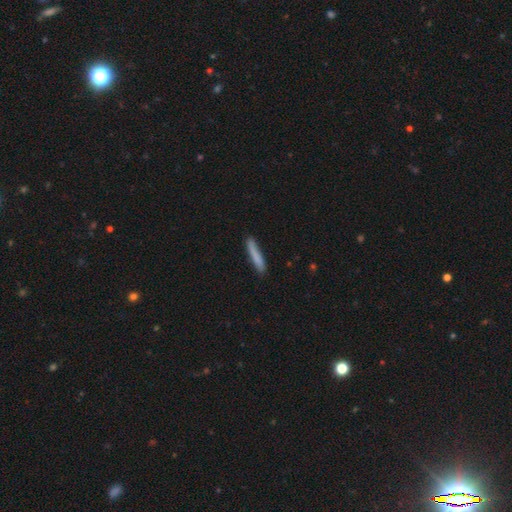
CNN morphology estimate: smooth_or_featured: smooth (p=0.80) [alt: featured or disk p=0.14]
how_rounded: cigar-shaped (p=0.93) [alt: in between p=0.06]
merging: none (p=0.82) [alt: minor disturbance p=0.14]